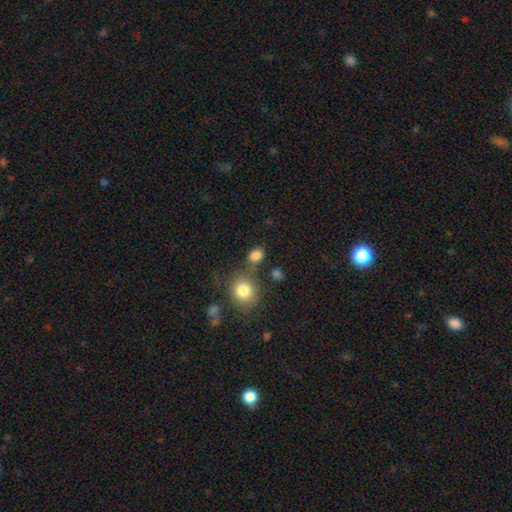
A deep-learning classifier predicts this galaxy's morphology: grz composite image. It shows a smooth galaxy with no disk features (82%) that is in between round and cigar-shaped (50%). Merging: none (62%).